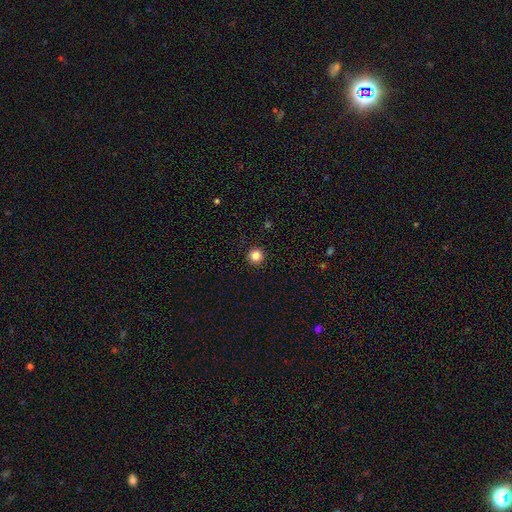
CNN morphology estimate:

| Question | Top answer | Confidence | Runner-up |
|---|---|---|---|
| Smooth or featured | smooth | 84% | star or artifact (12%) |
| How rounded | round | 96% | in between (3%) |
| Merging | none | 93% | minor disturbance (4%) |